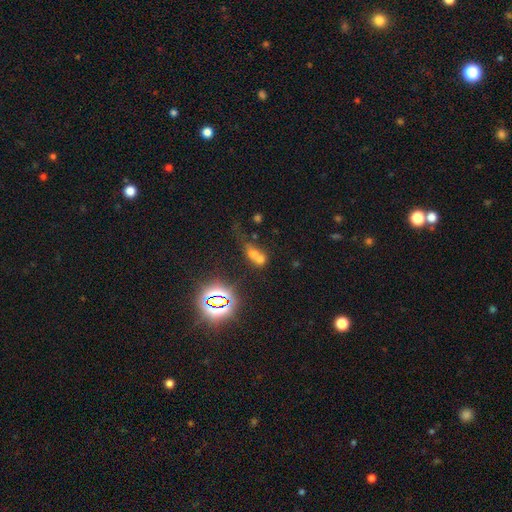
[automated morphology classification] A smooth galaxy with no disk features (52%) that is in between round and cigar-shaped (51%). Merging: merger (62%).